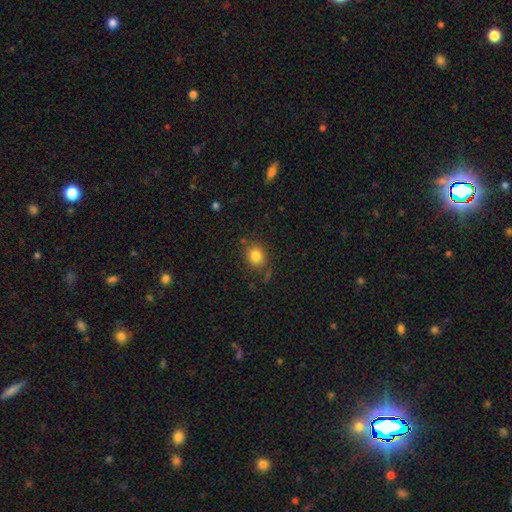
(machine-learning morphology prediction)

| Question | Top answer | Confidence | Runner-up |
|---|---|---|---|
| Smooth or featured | smooth | 83% | star or artifact (10%) |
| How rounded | round | 64% | in between (35%) |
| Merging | none | 79% | minor disturbance (13%) |